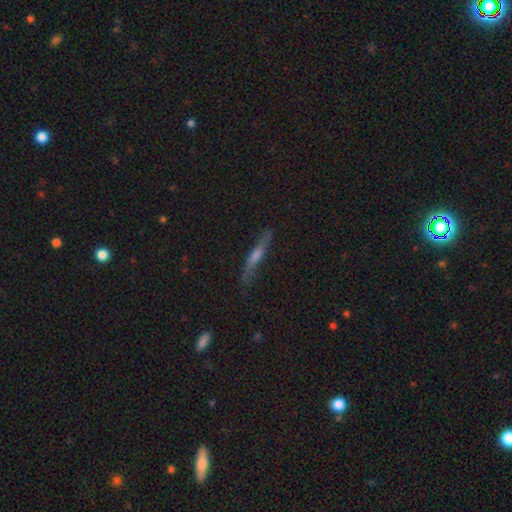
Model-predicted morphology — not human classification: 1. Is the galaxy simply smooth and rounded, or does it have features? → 59% featured or disk, 33% smooth, 8% star or artifact.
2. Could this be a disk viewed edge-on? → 87% yes, 13% no.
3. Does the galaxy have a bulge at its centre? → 61% rounded, 27% none, 11% boxy.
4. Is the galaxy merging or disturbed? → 77% none, 17% minor disturbance, 4% major disturbance, 2% merger.